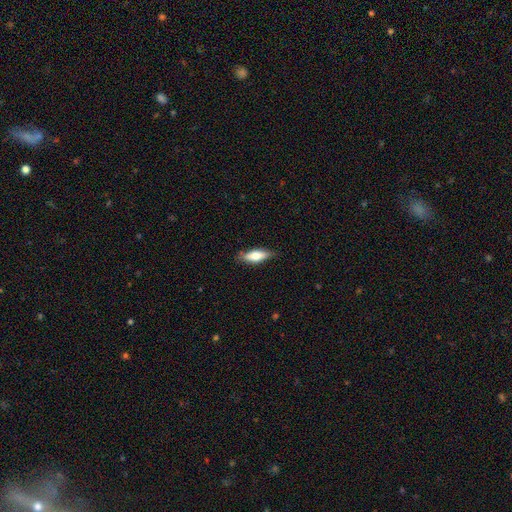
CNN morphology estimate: smooth_or_featured: smooth (p=0.71) [alt: featured or disk p=0.23]
how_rounded: in between (p=0.62) [alt: cigar-shaped p=0.35]
merging: none (p=0.81) [alt: minor disturbance p=0.15]